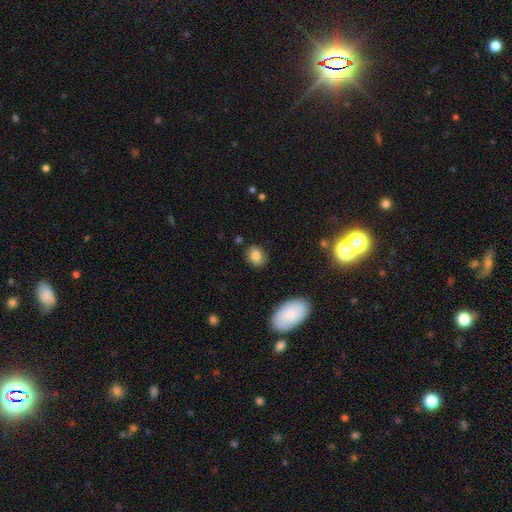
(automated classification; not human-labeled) smooth 82%, star or artifact 9%, featured or disk 9%. Down the decision tree: how rounded — in between (56%); merging — none (79%).